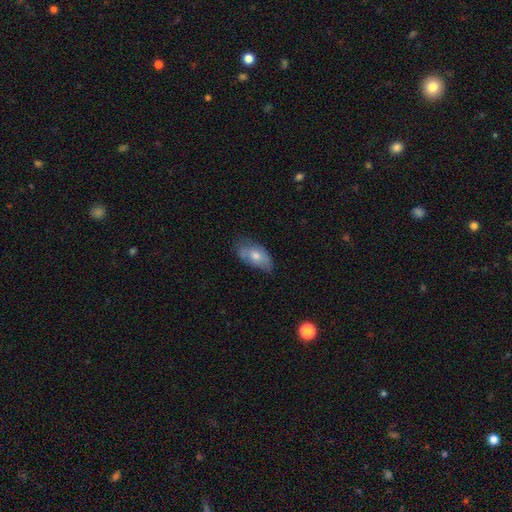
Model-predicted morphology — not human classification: Smooth or featured?
  - smooth: 61% *
  - featured or disk: 32%
  - star or artifact: 8%
How rounded?
  - in between: 90% *
  - cigar-shaped: 6%
  - round: 4%
Merging?
  - none: 60% *
  - minor disturbance: 30%
  - major disturbance: 7%
  - merger: 3%